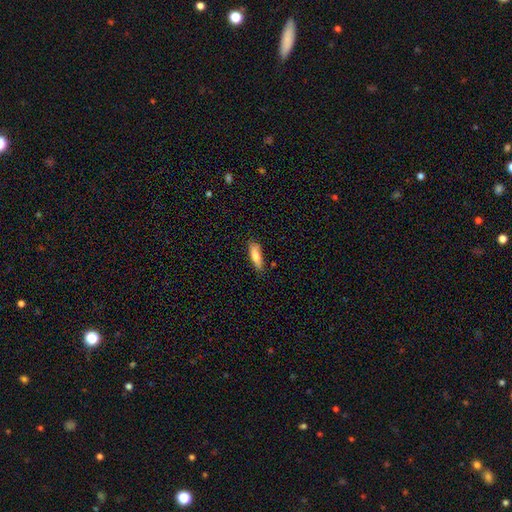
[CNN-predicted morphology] smooth 77%, featured or disk 16%, star or artifact 6%. Down the decision tree: how rounded — cigar-shaped (52%); merging — none (78%).